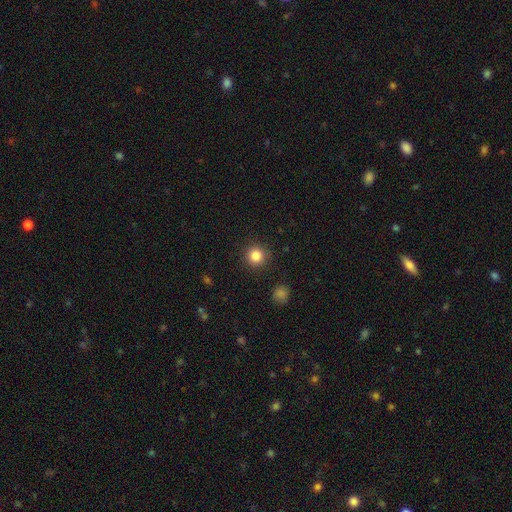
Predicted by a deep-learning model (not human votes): Smooth or featured?
  - smooth: 84% *
  - star or artifact: 11%
  - featured or disk: 5%
How rounded?
  - round: 94% *
  - in between: 5%
  - cigar-shaped: 1%
Merging?
  - none: 90% *
  - minor disturbance: 6%
  - major disturbance: 2%
  - merger: 1%